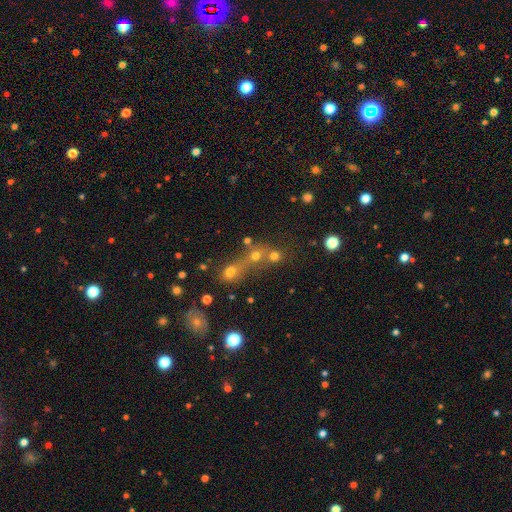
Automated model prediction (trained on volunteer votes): Morphology: type=smooth (62%); roundness=round (78%); merging=merger (54%).